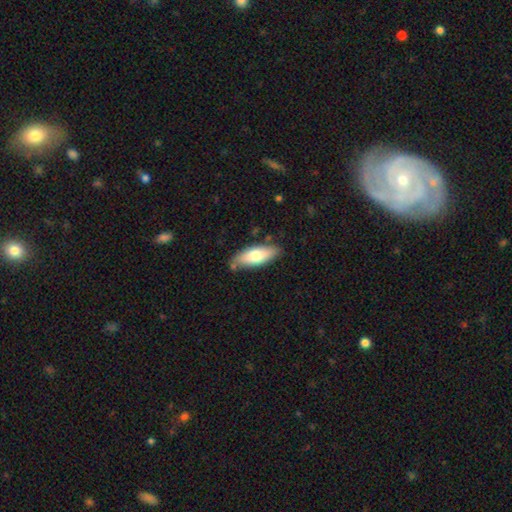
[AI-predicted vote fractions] smooth_or_featured: smooth (p=0.72) [alt: featured or disk p=0.22]
how_rounded: in between (p=0.71) [alt: cigar-shaped p=0.27]
merging: none (p=0.78) [alt: minor disturbance p=0.15]